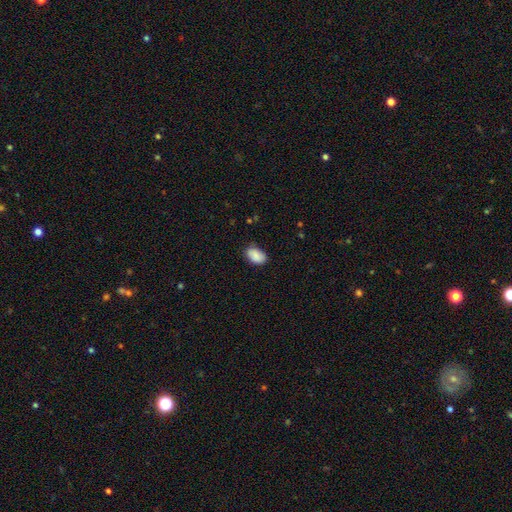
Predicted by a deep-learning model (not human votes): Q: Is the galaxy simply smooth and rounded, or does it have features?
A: smooth — 87%.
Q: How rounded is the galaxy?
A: in between — 89%.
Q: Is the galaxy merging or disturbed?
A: none — 73%.